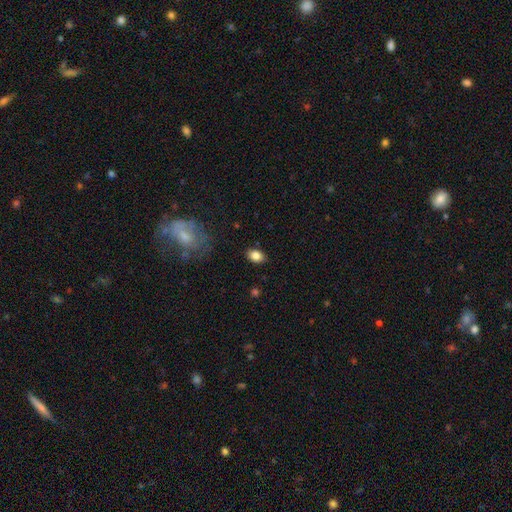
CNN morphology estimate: Smooth or featured? Predicted: smooth (p=0.83). How rounded? Predicted: in between (p=0.80). Merging? Predicted: none (p=0.86).